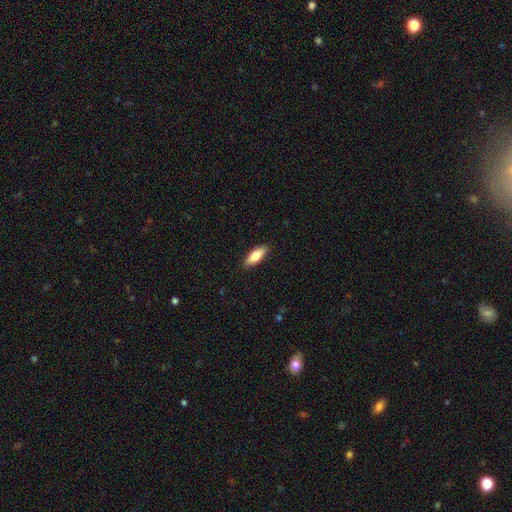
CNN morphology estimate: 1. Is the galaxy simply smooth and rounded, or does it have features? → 77% smooth, 18% featured or disk, 6% star or artifact.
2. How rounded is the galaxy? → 68% in between, 29% cigar-shaped, 2% round.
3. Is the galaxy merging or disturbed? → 89% none, 8% minor disturbance, 2% major disturbance, 1% merger.